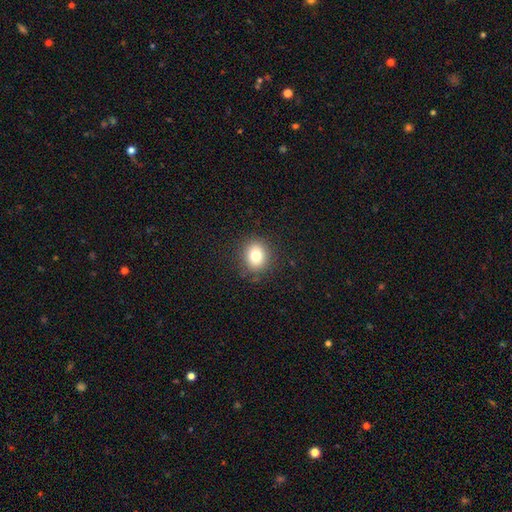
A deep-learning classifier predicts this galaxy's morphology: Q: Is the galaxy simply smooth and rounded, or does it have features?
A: smooth — 78%.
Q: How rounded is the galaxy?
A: round — 71%.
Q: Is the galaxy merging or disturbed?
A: none — 87%.